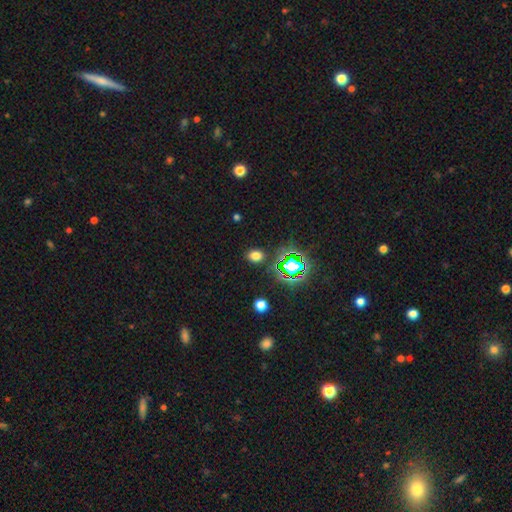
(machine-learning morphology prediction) Smooth or featured: smooth — 67% (star or artifact — 27%)
How rounded: in between — 63% (round — 36%)
Merging: none — 85% (minor disturbance — 9%)